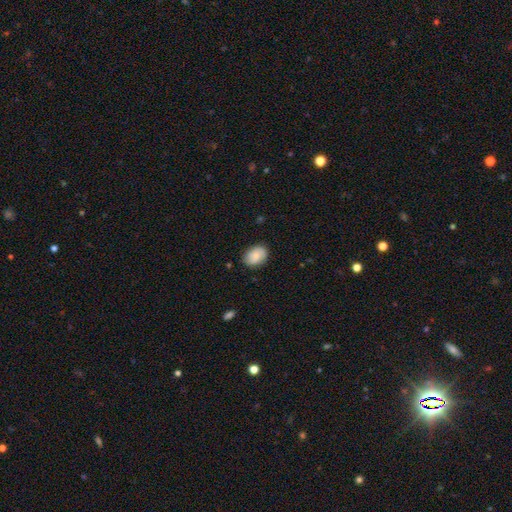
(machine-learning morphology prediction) A smooth galaxy with no disk features (73%) that is in between round and cigar-shaped (74%). Merging: none (82%).